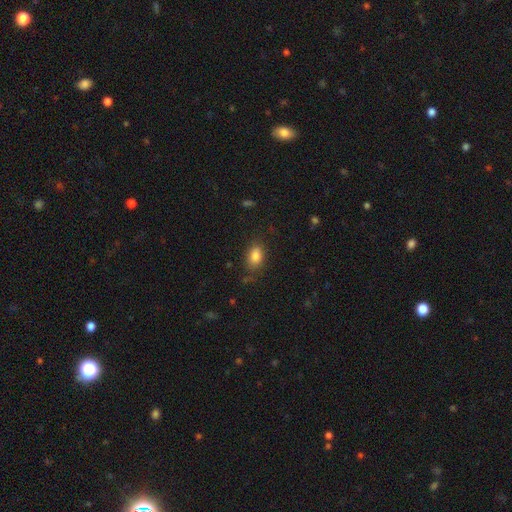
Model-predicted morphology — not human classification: This appears to be a smooth galaxy with no disk features (83%) that is in between round and cigar-shaped (81%). Merging: none (78%).